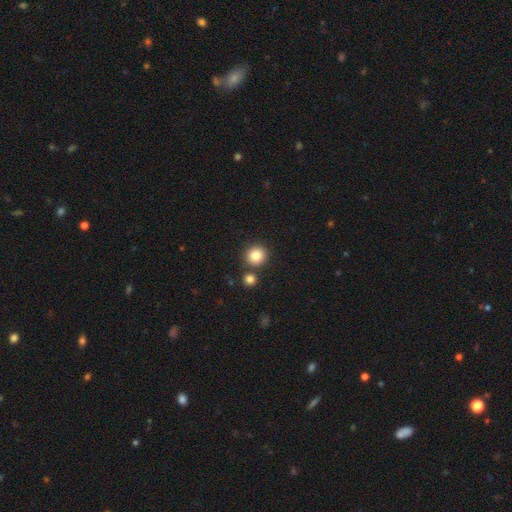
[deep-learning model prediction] Smooth or featured: smooth — 84% (star or artifact — 10%)
How rounded: round — 91% (in between — 8%)
Merging: none — 80% (merger — 11%)